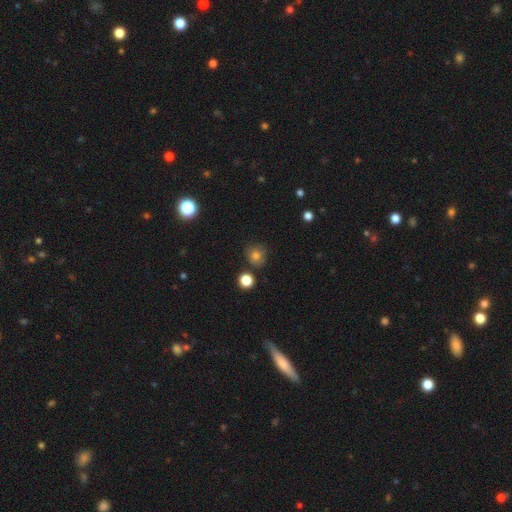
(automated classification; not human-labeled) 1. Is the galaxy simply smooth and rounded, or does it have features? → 78% smooth, 14% star or artifact, 8% featured or disk.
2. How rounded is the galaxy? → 89% round, 10% in between, 1% cigar-shaped.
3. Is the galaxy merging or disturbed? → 76% none, 14% minor disturbance, 6% merger, 4% major disturbance.